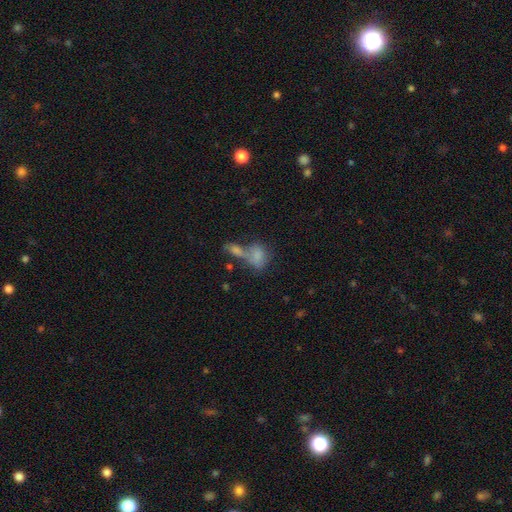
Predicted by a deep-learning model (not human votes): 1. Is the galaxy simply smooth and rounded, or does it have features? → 76% smooth, 13% featured or disk, 10% star or artifact.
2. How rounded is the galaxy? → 64% in between, 32% round, 4% cigar-shaped.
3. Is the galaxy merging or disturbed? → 54% merger, 28% none, 11% minor disturbance, 8% major disturbance.